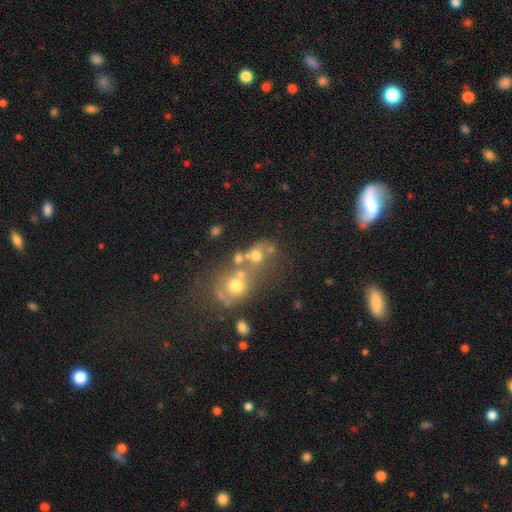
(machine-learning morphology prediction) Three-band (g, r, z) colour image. It shows a smooth galaxy with no disk features (57%) that is round (69%). Merging: merger (45%).